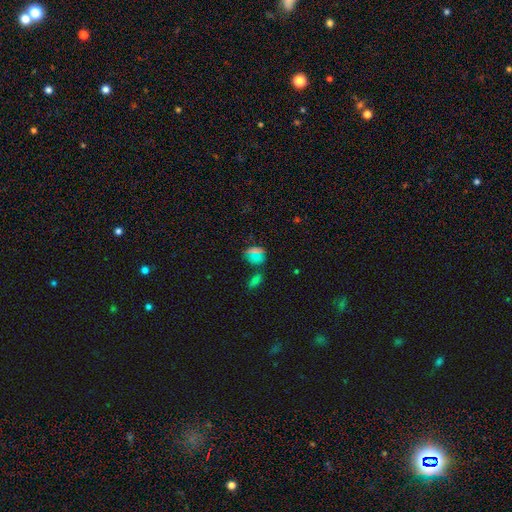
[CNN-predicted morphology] A smooth galaxy with no disk features (61%) that is round (56%).

Vote fractions:
- Smooth or featured? smooth: 61% / star or artifact: 26% / featured or disk: 14%
- How rounded? round: 56% / in between: 40% / cigar-shaped: 4%
- Merging? none: 63% / minor disturbance: 16% / merger: 14% / major disturbance: 7%